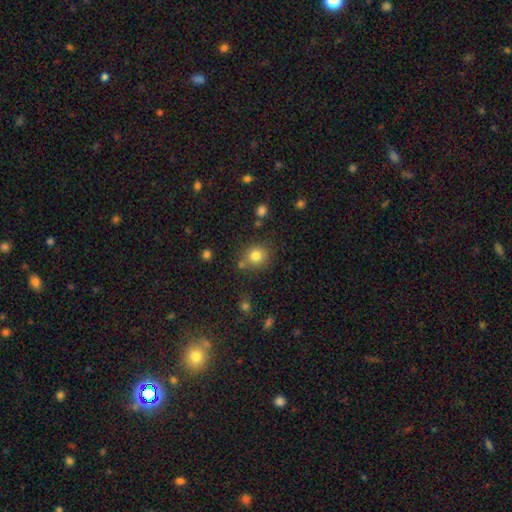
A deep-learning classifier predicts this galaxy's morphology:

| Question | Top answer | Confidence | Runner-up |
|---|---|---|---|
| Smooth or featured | smooth | 80% | star or artifact (12%) |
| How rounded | round | 84% | in between (15%) |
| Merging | none | 75% | minor disturbance (11%) |